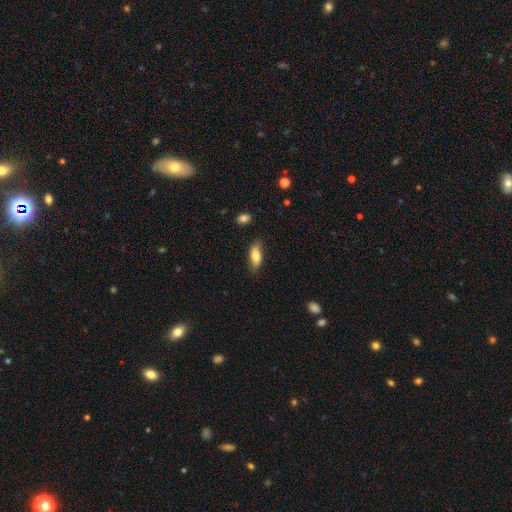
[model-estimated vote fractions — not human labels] Smooth or featured: smooth — 76% (featured or disk — 17%)
How rounded: in between — 77% (cigar-shaped — 20%)
Merging: none — 80% (minor disturbance — 16%)